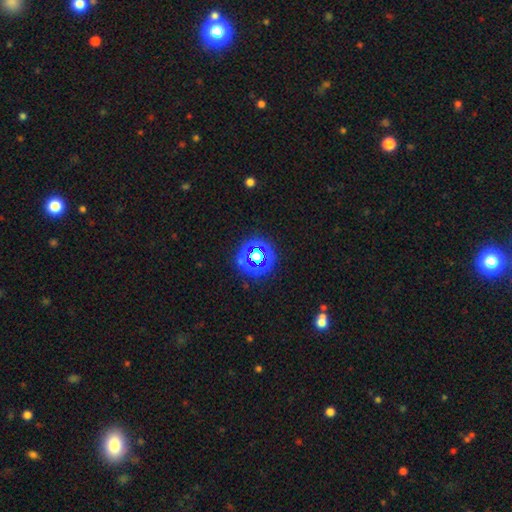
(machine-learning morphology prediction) Smooth or featured: star or artifact — 60% (smooth — 26%)